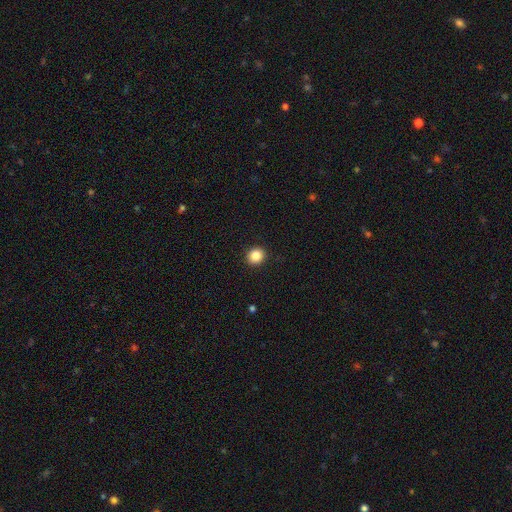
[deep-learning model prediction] Morphology: type=smooth (86%); roundness=round (87%); merging=none (93%).